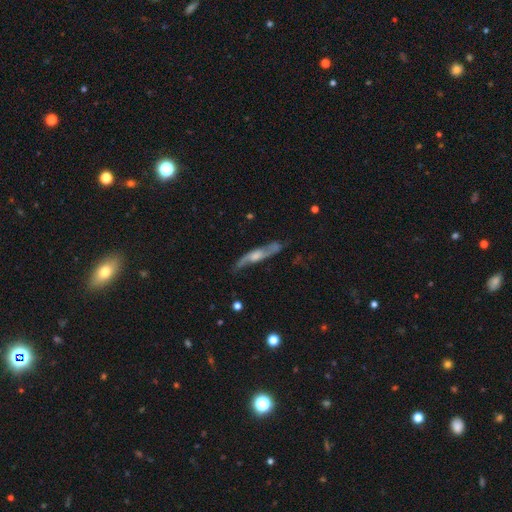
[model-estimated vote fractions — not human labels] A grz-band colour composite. It shows a featured or disk galaxy (72%) viewed edge-on (57%). Merging: none (67%).